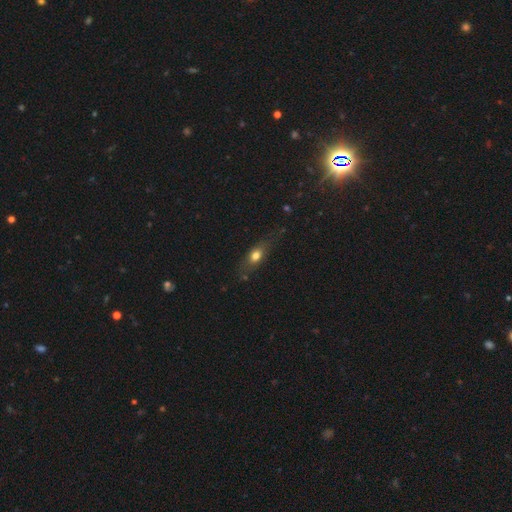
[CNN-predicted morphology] Smooth or featured?
  - smooth: 66% *
  - featured or disk: 24%
  - star or artifact: 9%
How rounded?
  - in between: 64% *
  - cigar-shaped: 25%
  - round: 11%
Merging?
  - none: 65% *
  - minor disturbance: 23%
  - major disturbance: 10%
  - merger: 3%